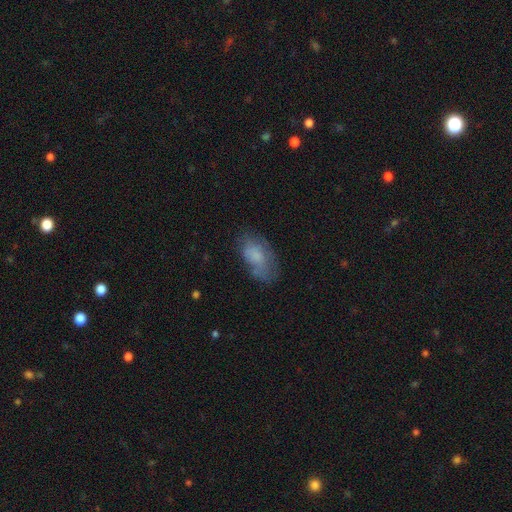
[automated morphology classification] Smooth or featured: smooth — 68% (featured or disk — 24%)
How rounded: in between — 92% (round — 5%)
Merging: none — 56% (minor disturbance — 28%)